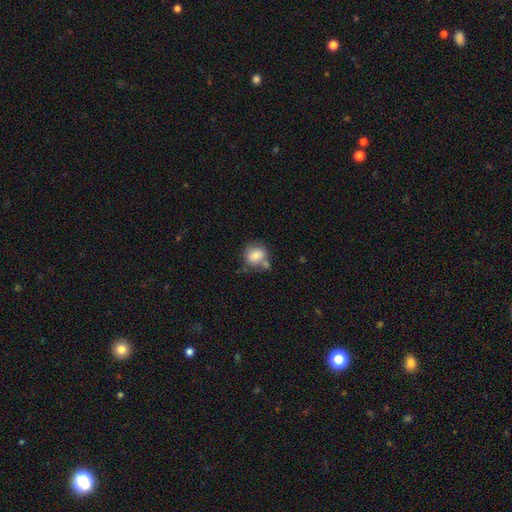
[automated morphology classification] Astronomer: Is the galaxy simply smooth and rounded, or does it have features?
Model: smooth — 77%.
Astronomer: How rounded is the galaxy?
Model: round — 67%.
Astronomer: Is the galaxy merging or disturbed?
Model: none — 52%.